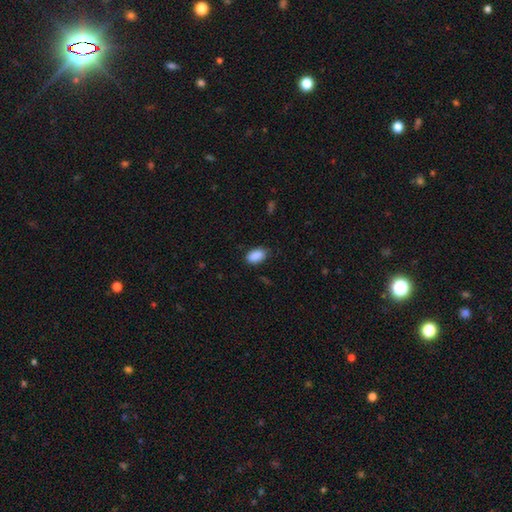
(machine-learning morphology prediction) Overall: smooth (90%). How rounded: in between (92%). Merging: none (78%).